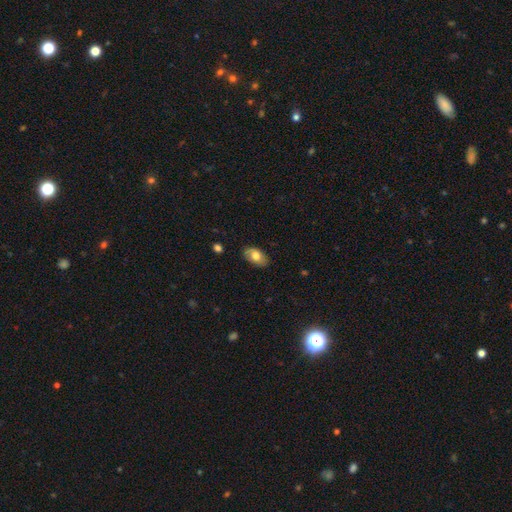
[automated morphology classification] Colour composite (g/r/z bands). It shows a smooth galaxy with no disk features (72%) that is in between round and cigar-shaped (92%). Merging: none (85%).